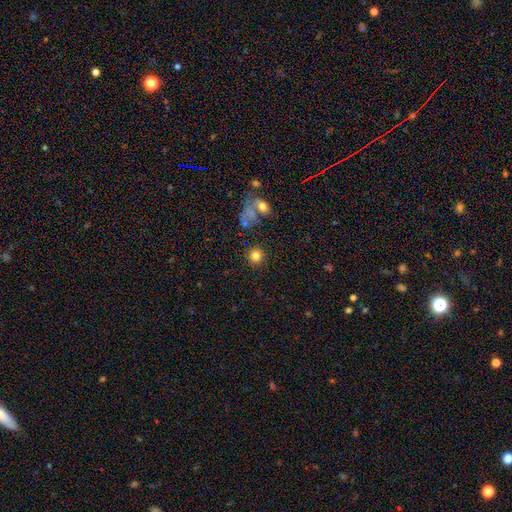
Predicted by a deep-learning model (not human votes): A smooth galaxy with no disk features (81%) that is round (90%).

Vote fractions:
- Smooth or featured? smooth: 81% / star or artifact: 12% / featured or disk: 7%
- How rounded? round: 90% / in between: 9% / cigar-shaped: 1%
- Merging? none: 85% / minor disturbance: 7% / merger: 4% / major disturbance: 3%